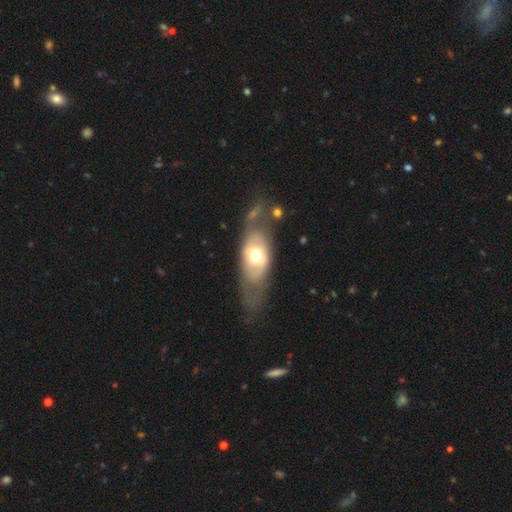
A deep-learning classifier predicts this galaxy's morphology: featured or disk 53%, smooth 41%, star or artifact 6%. Down the decision tree: edge-on disk — no (84%); merging — none (55%).